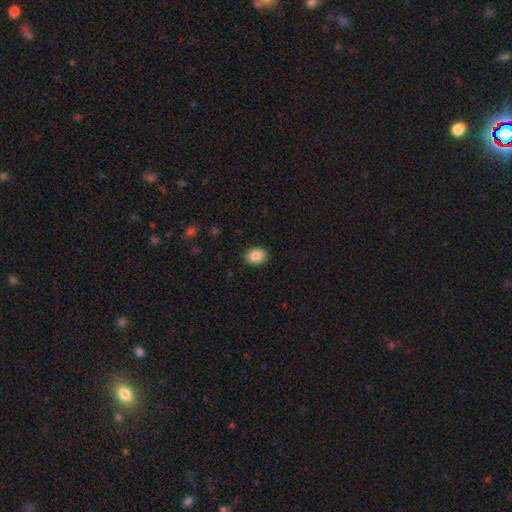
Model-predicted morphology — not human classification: This is clearly a smooth galaxy (88%). How rounded: likely in between (69%). Merging: clearly none (89%).